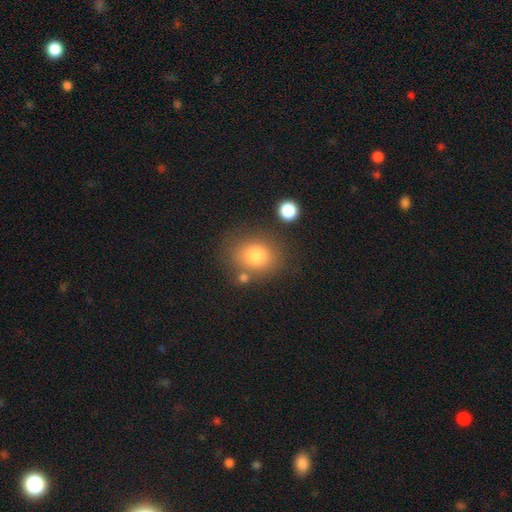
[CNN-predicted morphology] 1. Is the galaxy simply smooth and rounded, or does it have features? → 78% smooth, 12% star or artifact, 10% featured or disk.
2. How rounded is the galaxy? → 50% round, 49% in between, 1% cigar-shaped.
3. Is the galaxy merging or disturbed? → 74% none, 13% minor disturbance, 9% merger, 4% major disturbance.